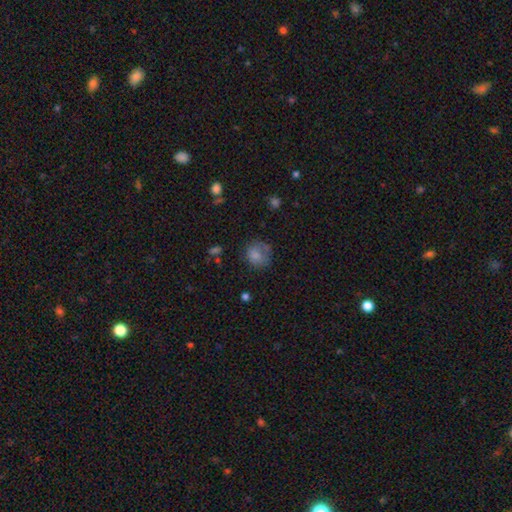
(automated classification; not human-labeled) Q: Smooth or featured?
A: smooth (77%); runner-up: featured or disk (12%)
Q: How rounded?
A: round (77%); runner-up: in between (22%)
Q: Merging?
A: none (54%); runner-up: minor disturbance (25%)